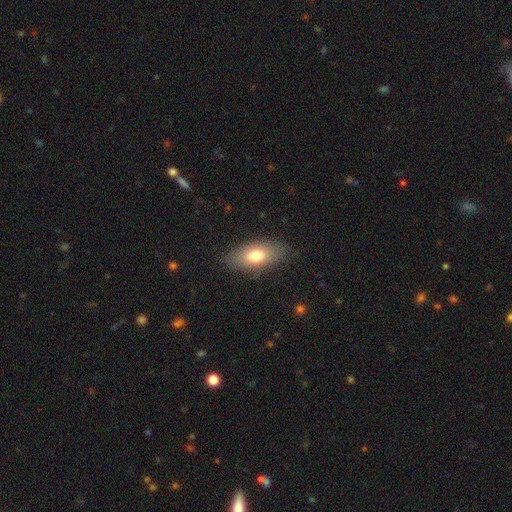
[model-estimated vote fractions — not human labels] This is likely a smooth galaxy (74%). How rounded: clearly in between (87%). Merging: clearly none (82%).